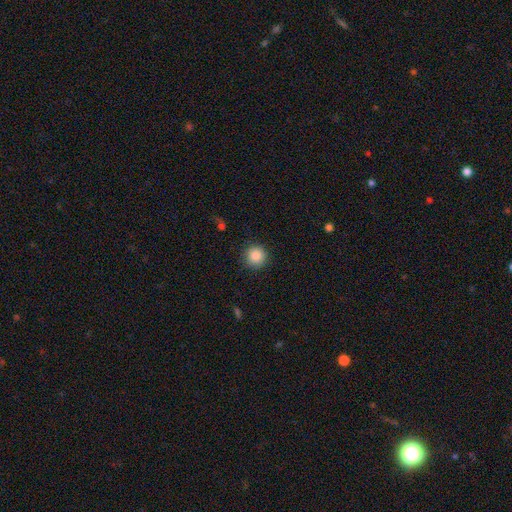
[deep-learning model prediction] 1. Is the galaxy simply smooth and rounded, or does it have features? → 87% smooth, 9% star or artifact, 3% featured or disk.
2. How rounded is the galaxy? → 95% round, 4% in between, 1% cigar-shaped.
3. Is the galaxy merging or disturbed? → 90% none, 6% minor disturbance, 2% major disturbance, 1% merger.